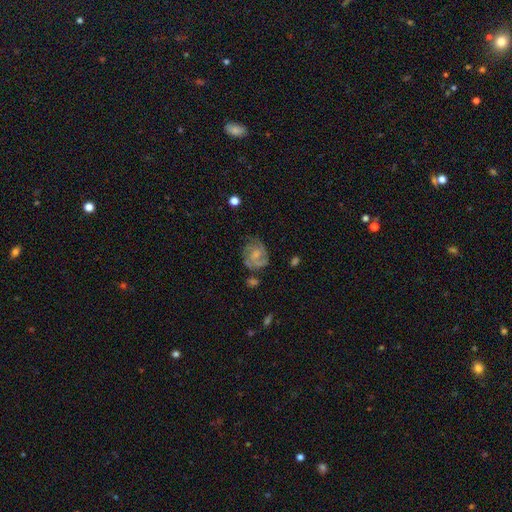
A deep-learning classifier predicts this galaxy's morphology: A featured or disk galaxy (74%) with no bar (59%), 2 (38%) tight (50%) spiral arms (91%) and a small central bulge (37%). Merging: none (63%).